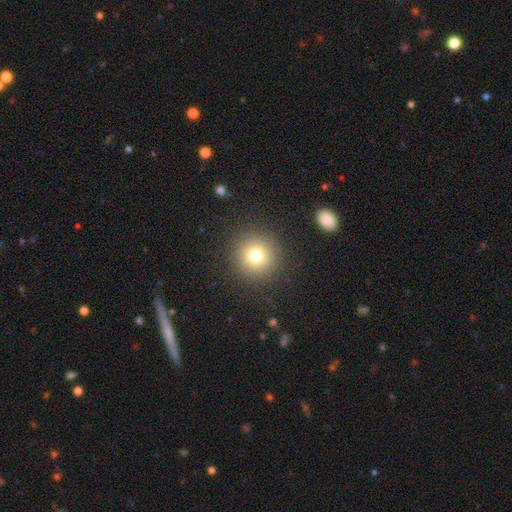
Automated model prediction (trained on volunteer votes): Morphology: type=smooth (75%); roundness=round (95%); merging=none (90%).